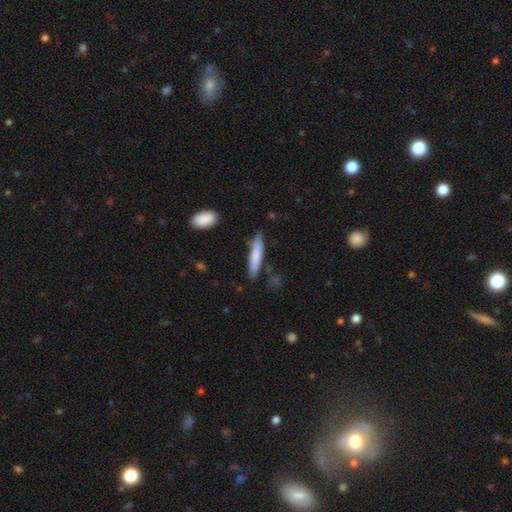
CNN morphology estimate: Overall: smooth (75%). How rounded: cigar-shaped (86%). Merging: none (81%).